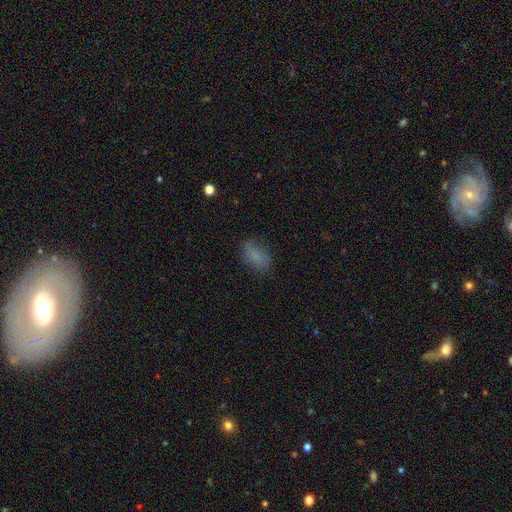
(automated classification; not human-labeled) Smooth or featured? smooth (79%)
How rounded? in between (90%)
Merging? none (72%)